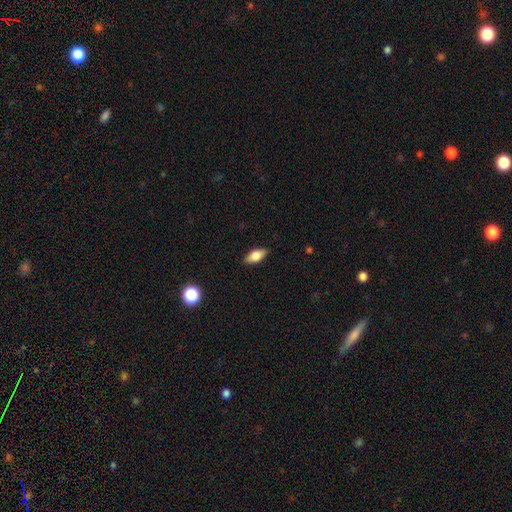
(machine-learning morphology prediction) Q: Smooth or featured?
A: smooth (76%); runner-up: featured or disk (16%)
Q: How rounded?
A: in between (86%); runner-up: cigar-shaped (10%)
Q: Merging?
A: none (87%); runner-up: minor disturbance (10%)